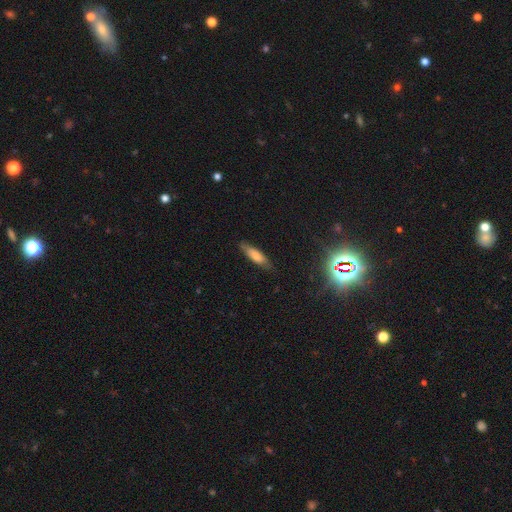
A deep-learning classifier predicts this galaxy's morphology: Smooth or featured: smooth — 74% (featured or disk — 18%)
How rounded: cigar-shaped — 62% (in between — 37%)
Merging: none — 78% (minor disturbance — 18%)